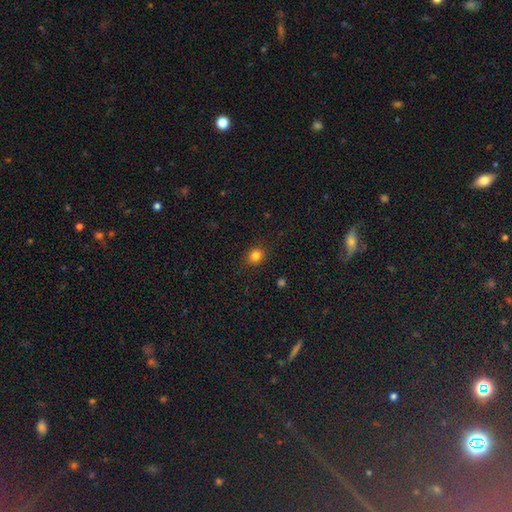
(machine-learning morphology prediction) Smooth or featured: smooth — 82% (star or artifact — 13%)
How rounded: round — 75% (in between — 24%)
Merging: none — 88% (minor disturbance — 8%)